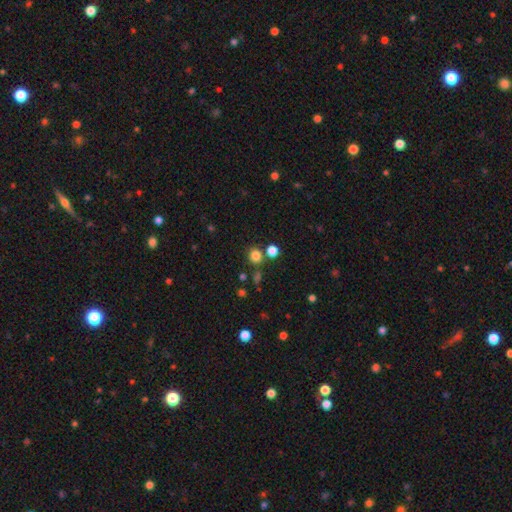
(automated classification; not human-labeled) This is likely a smooth galaxy (79%). How rounded: clearly round (82%). Merging: likely none (73%).